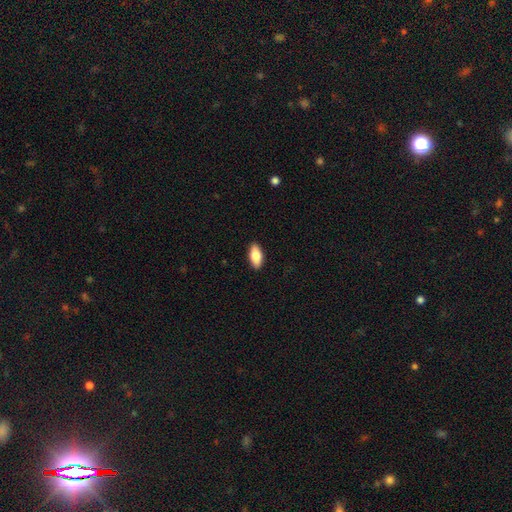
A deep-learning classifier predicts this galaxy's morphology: type=smooth (80%); roundness=in between (86%); merging=none (90%).